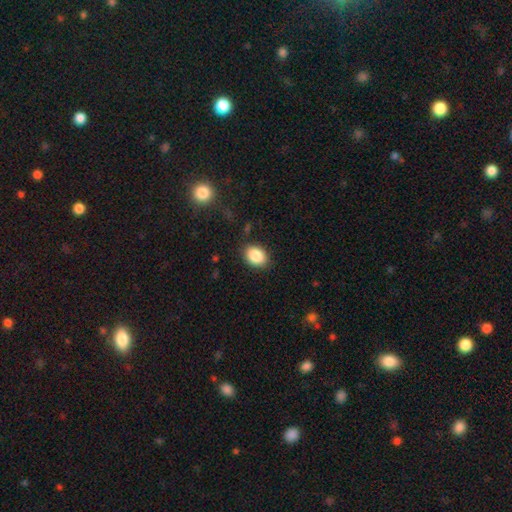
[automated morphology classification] Overall: smooth (87%). How rounded: in between (67%; round 32%). Merging: none (85%).